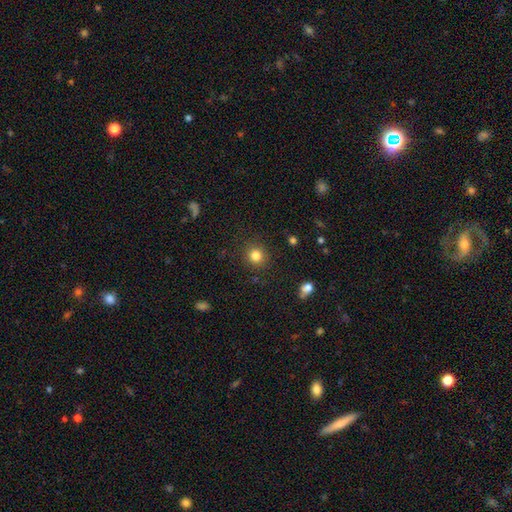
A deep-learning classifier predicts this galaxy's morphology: A smooth galaxy with no disk features (82%) that is round (91%). Merging: none (90%).